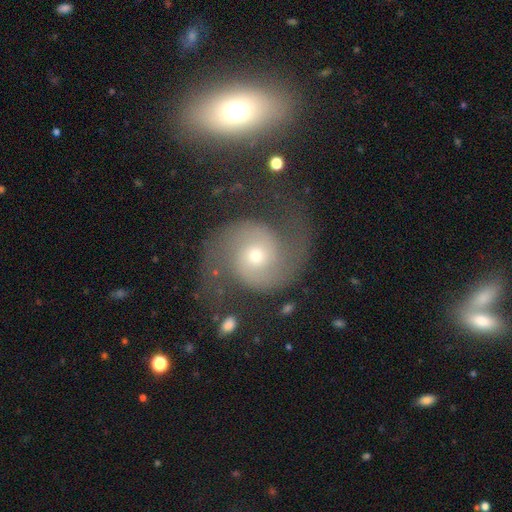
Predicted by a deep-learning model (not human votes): This appears to be a featured or disk galaxy (90%) with no bar (70%), 2 (94%) medium (56%) spiral arms (98%) and a small central bulge (49%). Merging: none (75%).